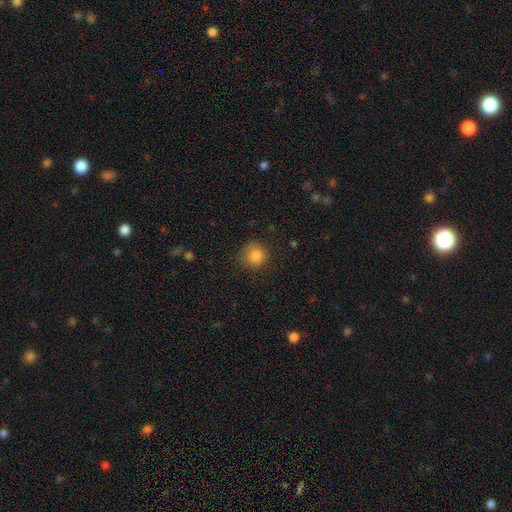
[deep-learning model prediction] This is clearly a smooth galaxy (84%). How rounded: clearly round (90%). Merging: likely none (79%).